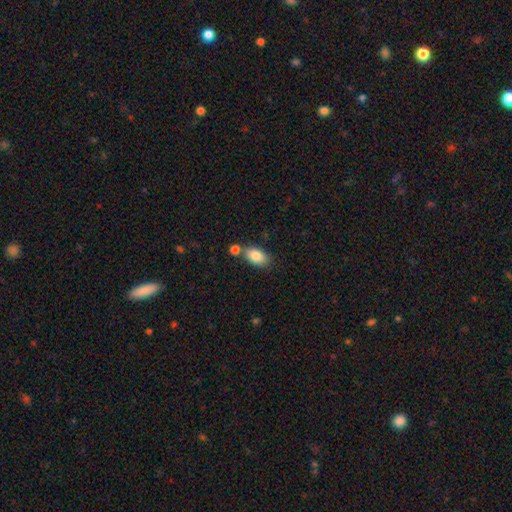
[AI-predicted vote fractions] Q: Smooth or featured?
A: smooth (85%); runner-up: featured or disk (8%)
Q: How rounded?
A: in between (91%); runner-up: round (7%)
Q: Merging?
A: none (62%); runner-up: merger (21%)